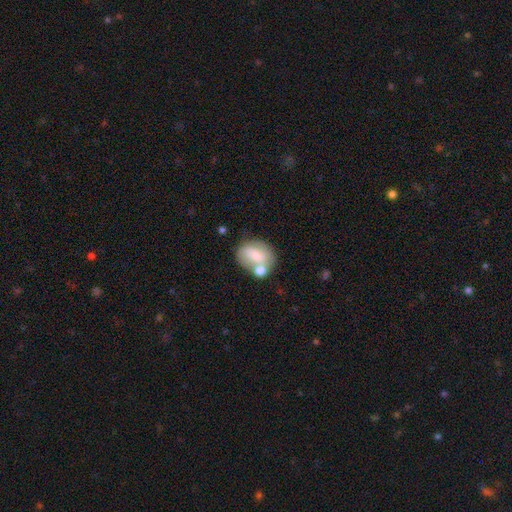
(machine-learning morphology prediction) Q: Smooth or featured?
A: smooth (67%); runner-up: featured or disk (25%)
Q: How rounded?
A: in between (55%); runner-up: round (43%)
Q: Merging?
A: none (44%); runner-up: merger (32%)